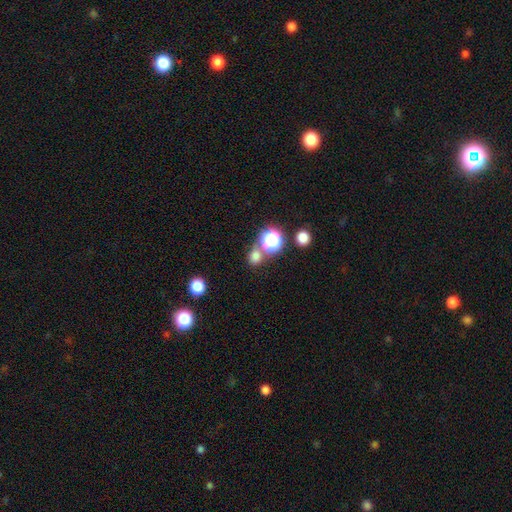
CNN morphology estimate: smooth_or_featured: smooth (p=0.70) [alt: star or artifact p=0.23]
how_rounded: round (p=0.79) [alt: in between p=0.20]
merging: none (p=0.63) [alt: merger p=0.24]